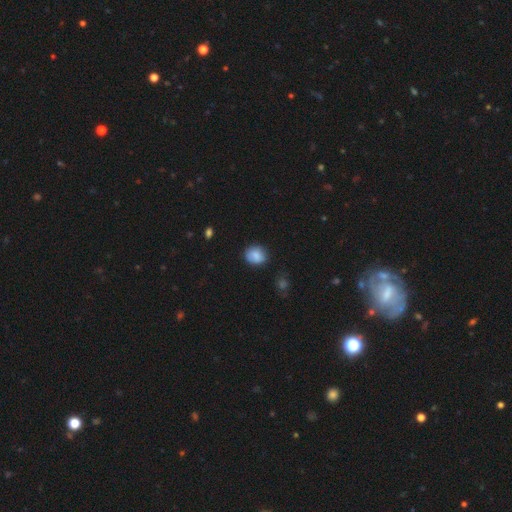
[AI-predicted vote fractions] Morphology: type=smooth (80%); roundness=round (66%); merging=none (73%).